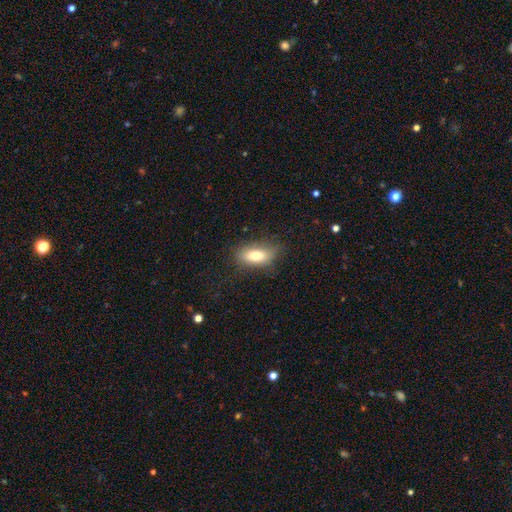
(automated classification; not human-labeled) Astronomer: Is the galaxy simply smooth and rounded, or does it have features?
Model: smooth — 75%.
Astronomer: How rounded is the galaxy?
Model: in between — 83%.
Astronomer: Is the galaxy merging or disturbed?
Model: none — 76%.